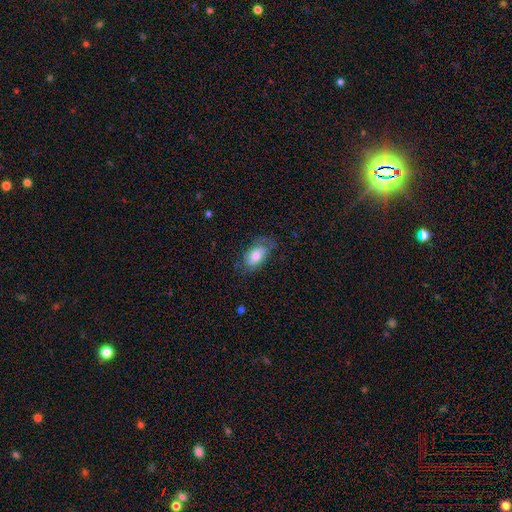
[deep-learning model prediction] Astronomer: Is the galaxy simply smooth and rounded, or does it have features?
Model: smooth — 62%.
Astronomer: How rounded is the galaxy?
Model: in between — 91%.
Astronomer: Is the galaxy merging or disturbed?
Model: none — 61%.